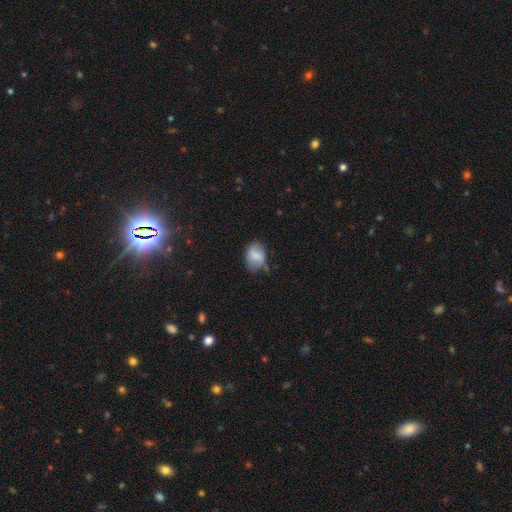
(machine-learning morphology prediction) smooth-or-featured: smooth: 75% | featured or disk: 17% | star or artifact: 9%
  how-rounded: in between: 69% | round: 29% | cigar-shaped: 1%
  merging: none: 55% | minor disturbance: 32% | major disturbance: 10% | merger: 3%